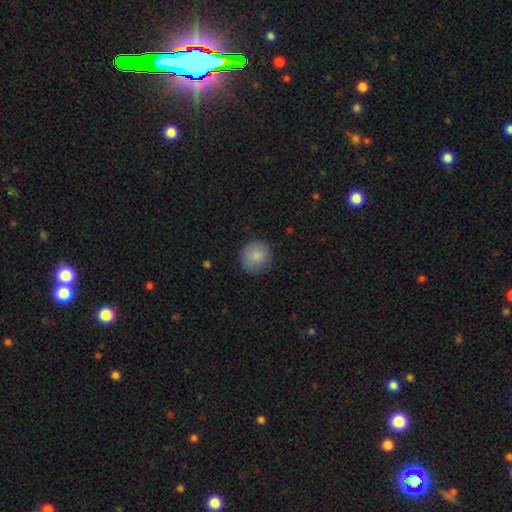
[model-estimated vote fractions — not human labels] Morphology: type=smooth (86%); roundness=round (93%); merging=none (86%).